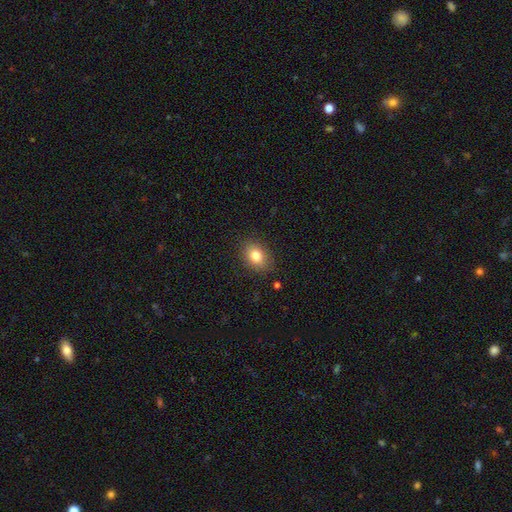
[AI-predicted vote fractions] smooth_or_featured: smooth (p=0.82) [alt: star or artifact p=0.10]
how_rounded: in between (p=0.69) [alt: round p=0.30]
merging: none (p=0.86) [alt: minor disturbance p=0.10]